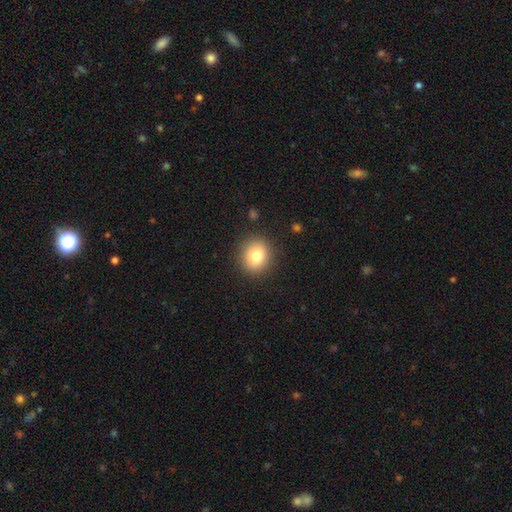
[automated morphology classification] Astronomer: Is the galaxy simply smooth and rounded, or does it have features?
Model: smooth — 80%.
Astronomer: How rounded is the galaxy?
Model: round — 82%.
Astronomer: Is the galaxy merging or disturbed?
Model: none — 89%.